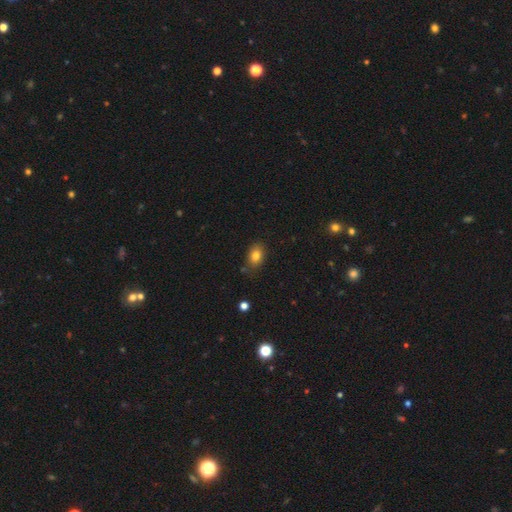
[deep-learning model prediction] Overall: smooth (81%). How rounded: in between (76%). Merging: none (77%).